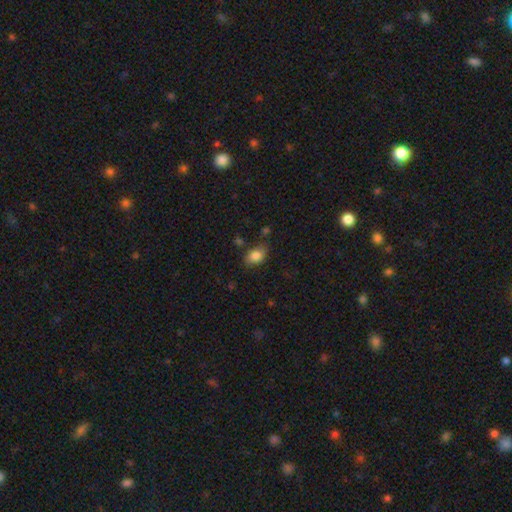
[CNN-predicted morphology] Smooth or featured? smooth (84%)
How rounded? in between (80%)
Merging? none (70%)